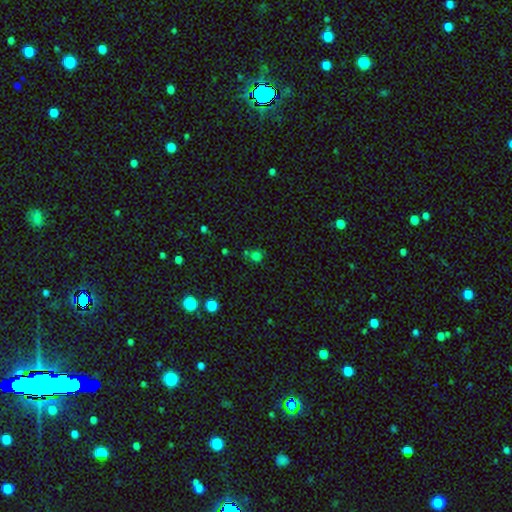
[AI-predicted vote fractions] Q: Smooth or featured?
A: smooth (67%); runner-up: star or artifact (27%)
Q: How rounded?
A: round (86%); runner-up: in between (13%)
Q: Merging?
A: none (65%); runner-up: merger (18%)